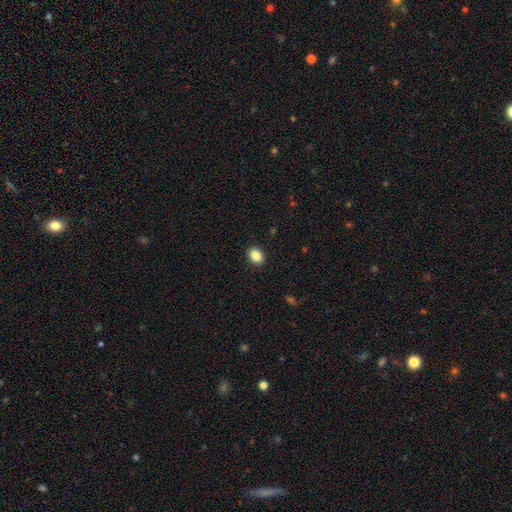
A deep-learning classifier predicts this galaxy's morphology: A smooth galaxy with no disk features (86%) that is in between round and cigar-shaped (60%). Merging: none (91%).